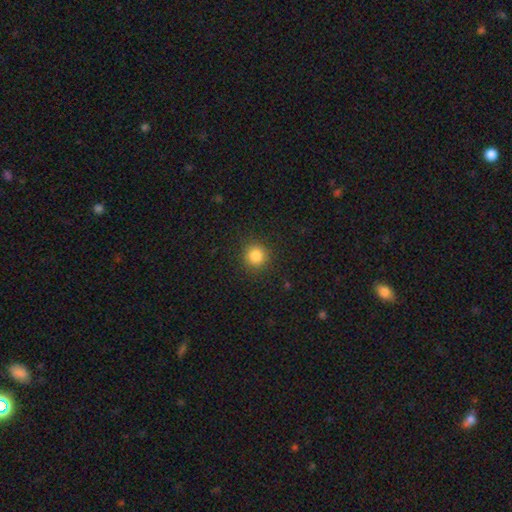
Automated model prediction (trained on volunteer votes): A smooth galaxy with no disk features (84%) that is round (93%).

Vote fractions:
- Smooth or featured? smooth: 84% / star or artifact: 12% / featured or disk: 4%
- How rounded? round: 93% / in between: 6% / cigar-shaped: 1%
- Merging? none: 90% / minor disturbance: 7% / major disturbance: 2% / merger: 1%